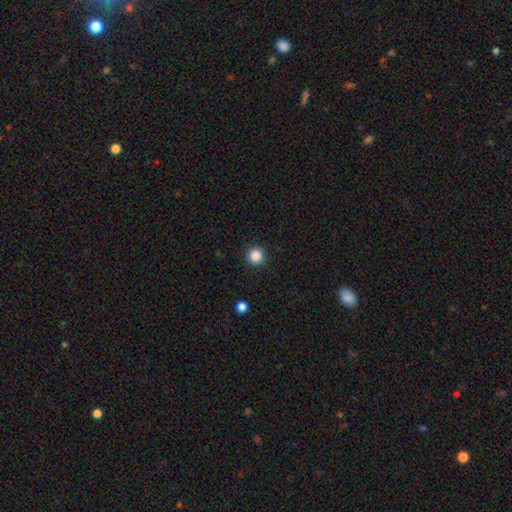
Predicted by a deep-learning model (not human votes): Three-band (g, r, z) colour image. It shows a smooth galaxy with no disk features (85%) that is round (96%). Merging: none (92%).